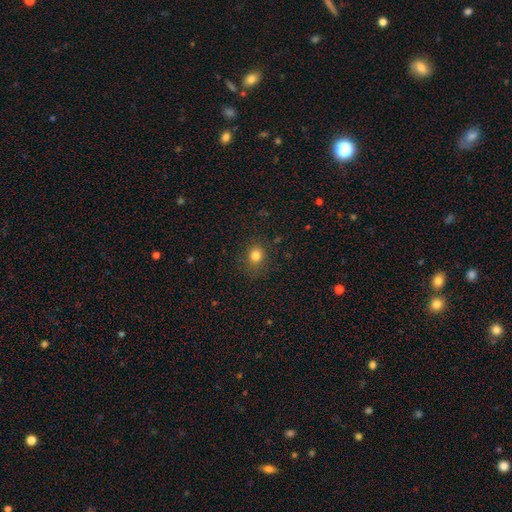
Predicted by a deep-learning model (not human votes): The model was most divided on "how rounded": round: 72%, in between: 27%, cigar-shaped: 1%. More confident: merging — none (84%); smooth or featured — smooth (81%).